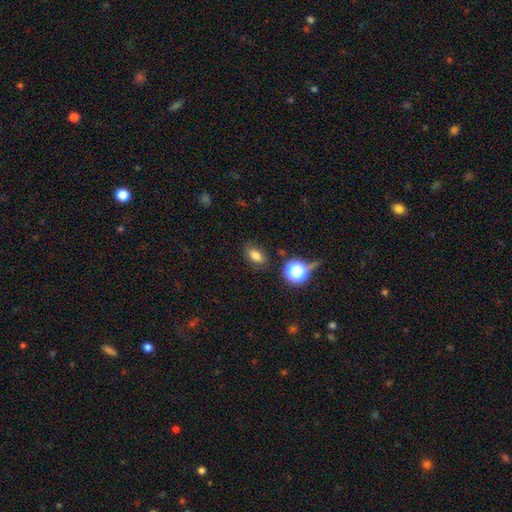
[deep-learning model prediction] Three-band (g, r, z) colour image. It shows a smooth galaxy with no disk features (76%) that is in between round and cigar-shaped (79%). Merging: none (81%).